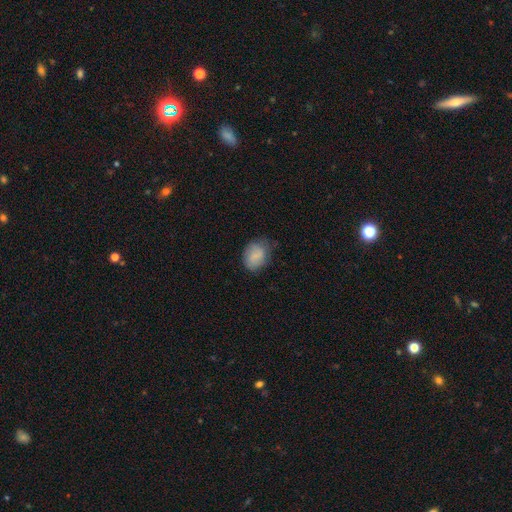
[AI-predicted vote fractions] The model was most divided on "how rounded": in between: 61%, round: 38%, cigar-shaped: 1%. More confident: smooth or featured — smooth (81%); merging — none (63%).